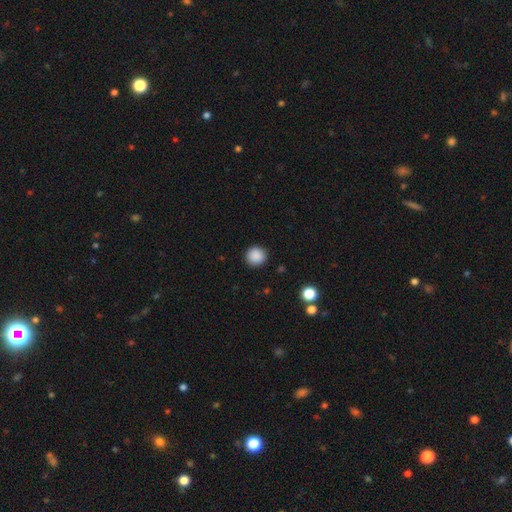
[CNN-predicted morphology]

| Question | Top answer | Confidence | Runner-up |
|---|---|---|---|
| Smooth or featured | smooth | 88% | star or artifact (9%) |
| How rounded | round | 93% | in between (6%) |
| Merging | none | 91% | minor disturbance (6%) |